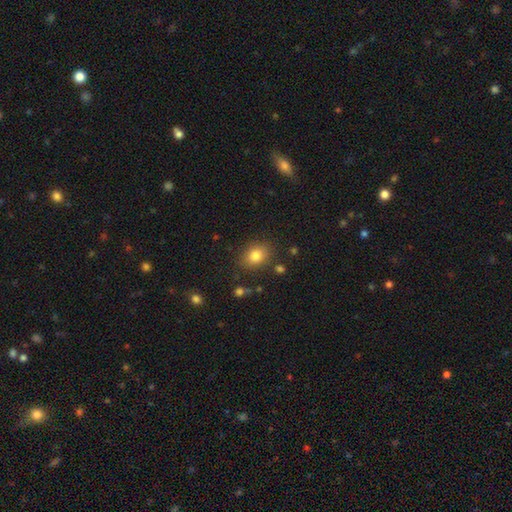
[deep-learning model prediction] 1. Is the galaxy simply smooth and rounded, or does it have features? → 82% smooth, 11% star or artifact, 7% featured or disk.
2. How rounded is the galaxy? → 52% in between, 47% round, 1% cigar-shaped.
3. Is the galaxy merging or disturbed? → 83% none, 11% minor disturbance, 3% major disturbance, 3% merger.